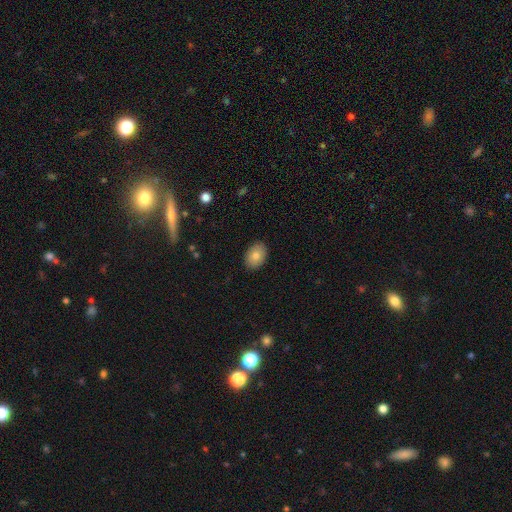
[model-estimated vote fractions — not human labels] This appears to be a smooth galaxy with no disk features (81%) that is in between round and cigar-shaped (83%). Merging: none (89%).